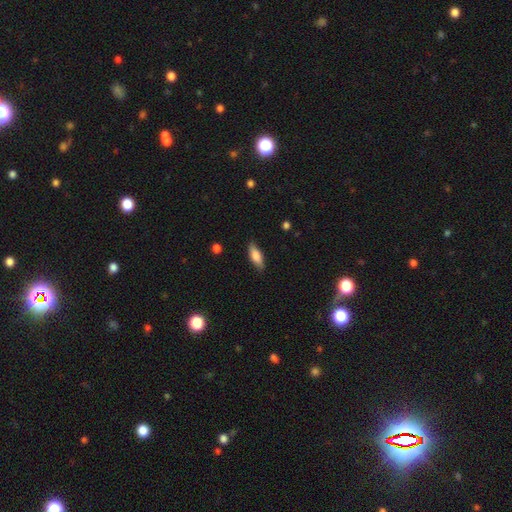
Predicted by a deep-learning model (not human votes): A smooth galaxy with no disk features (75%) that is in between round and cigar-shaped (65%).

Vote fractions:
- Smooth or featured? smooth: 75% / featured or disk: 19% / star or artifact: 6%
- How rounded? in between: 65% / cigar-shaped: 33% / round: 2%
- Merging? none: 85% / minor disturbance: 12% / major disturbance: 2% / merger: 1%